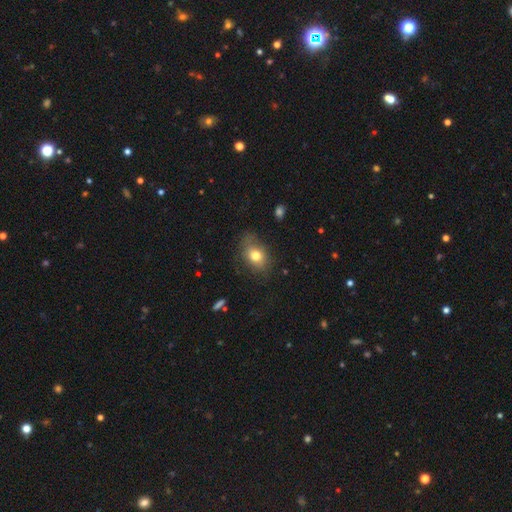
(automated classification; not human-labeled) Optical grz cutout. It shows a smooth galaxy with no disk features (74%) that is in between round and cigar-shaped (71%). Merging: none (64%).